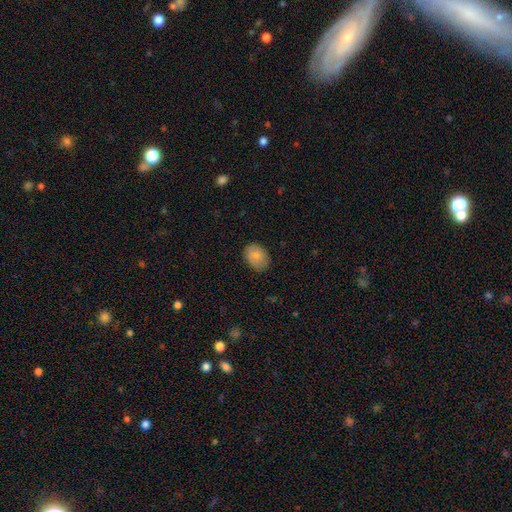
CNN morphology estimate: smooth-or-featured: smooth: 82% | featured or disk: 10% | star or artifact: 7%
  how-rounded: in between: 68% | round: 31% | cigar-shaped: 1%
  merging: none: 83% | minor disturbance: 14% | major disturbance: 3% | merger: 1%